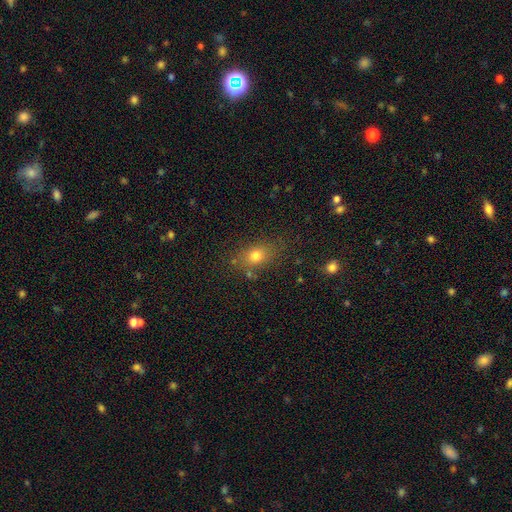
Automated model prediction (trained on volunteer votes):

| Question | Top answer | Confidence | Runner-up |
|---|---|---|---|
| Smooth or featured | smooth | 75% | star or artifact (14%) |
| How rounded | in between | 64% | round (34%) |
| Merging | none | 75% | minor disturbance (15%) |